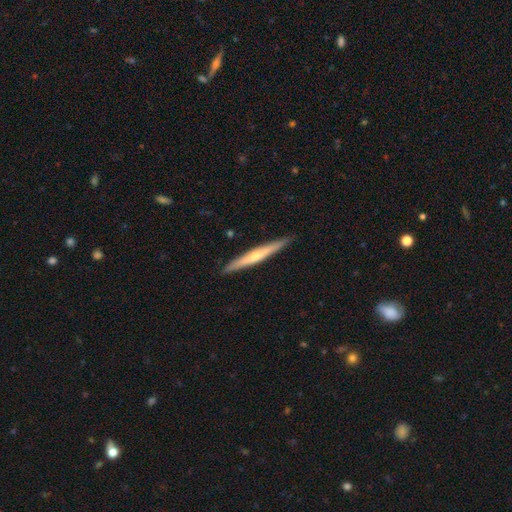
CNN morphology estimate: smooth_or_featured: featured or disk (p=0.67) [alt: smooth p=0.27]
disk_edge_on: yes (p=0.97) [alt: no p=0.03]
edge_on_bulge: rounded (p=0.77) [alt: none p=0.20]
merging: none (p=0.91) [alt: minor disturbance p=0.07]